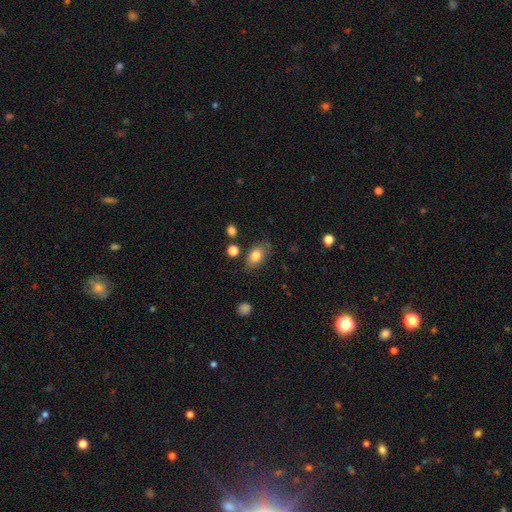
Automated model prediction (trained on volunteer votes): Smooth or featured? smooth (79%)
How rounded? in between (86%)
Merging? none (75%)